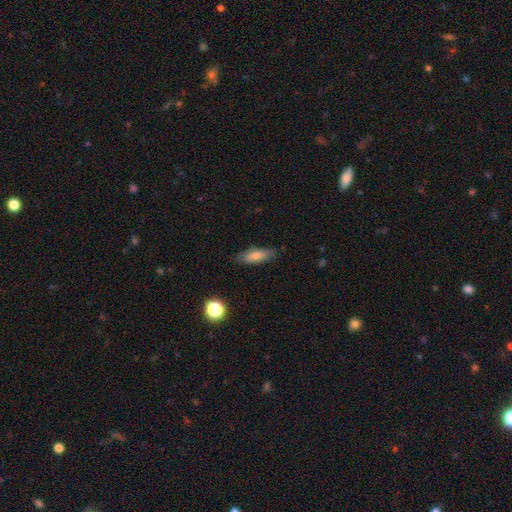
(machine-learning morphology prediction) type=smooth (75%); roundness=in between (59%); merging=none (80%).